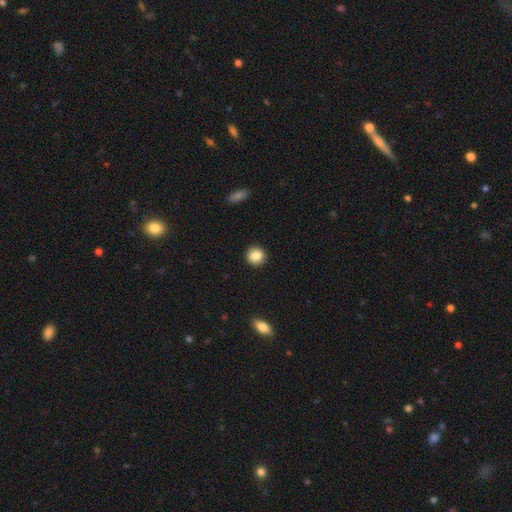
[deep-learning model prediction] smooth-or-featured: smooth: 86% | star or artifact: 9% | featured or disk: 6%
  how-rounded: round: 87% | in between: 11% | cigar-shaped: 1%
  merging: none: 91% | minor disturbance: 6% | major disturbance: 2% | merger: 1%